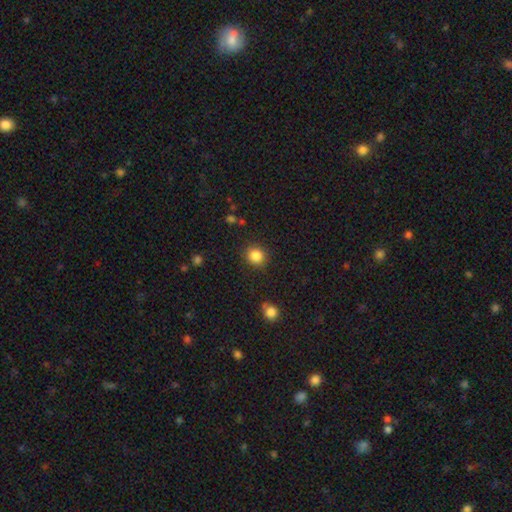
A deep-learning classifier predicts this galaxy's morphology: The model was most divided on "smooth or featured": smooth: 85%, star or artifact: 11%, featured or disk: 4%. More confident: merging — none (89%); how rounded — round (87%).